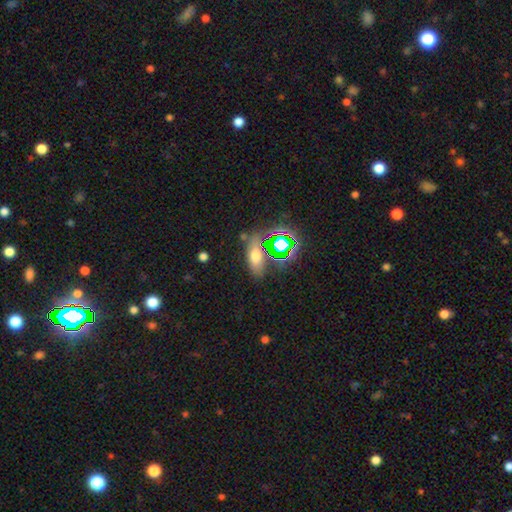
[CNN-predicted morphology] This appears to be a smooth galaxy with no disk features (56%) that is in between round and cigar-shaped (73%). Merging: none (72%).